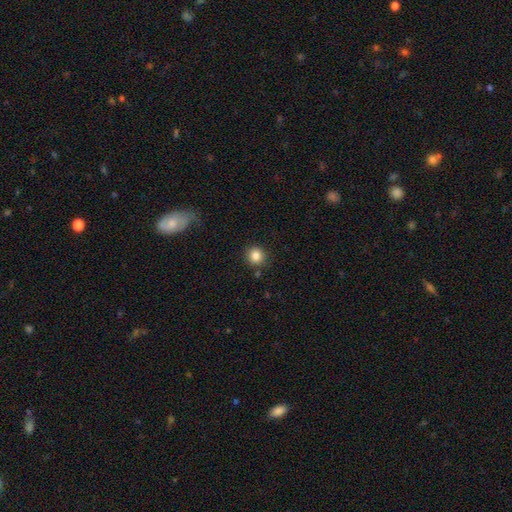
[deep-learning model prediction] Smooth or featured: smooth — 85% (star or artifact — 11%)
How rounded: round — 91% (in between — 8%)
Merging: none — 86% (minor disturbance — 8%)